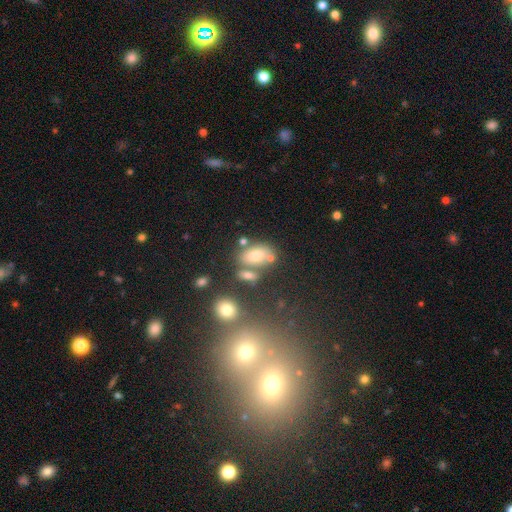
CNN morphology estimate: smooth_or_featured: smooth (p=0.62) [alt: featured or disk p=0.20]
how_rounded: in between (p=0.83) [alt: round p=0.13]
merging: none (p=0.62) [alt: merger p=0.17]